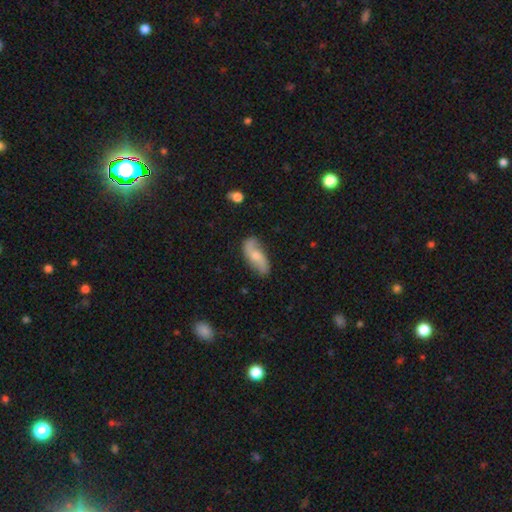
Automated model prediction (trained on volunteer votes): This appears to be a featured or disk galaxy (61%) with no bar (60%), 2 (89%) loose (77%) spiral arms (91%) and a moderate central bulge (45%). Merging: none (73%).